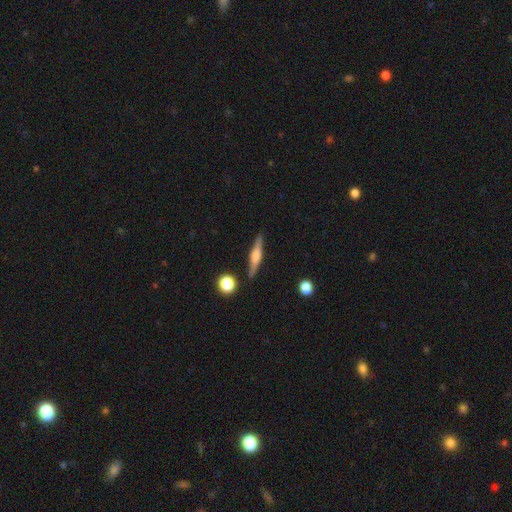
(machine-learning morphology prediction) smooth-or-featured: featured or disk: 68% | smooth: 26% | star or artifact: 7%
  disk-edge-on: yes: 97% | no: 3%
    edge-on-bulge: rounded: 72% | boxy: 23% | none: 5%
  merging: none: 88% | minor disturbance: 8% | merger: 2% | major disturbance: 2%